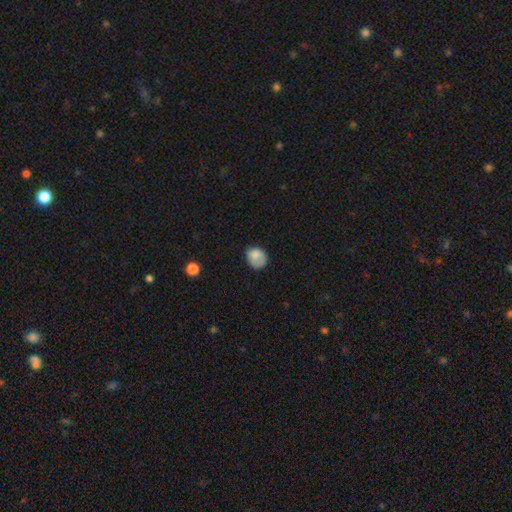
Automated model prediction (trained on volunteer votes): This is likely a smooth galaxy (77%). How rounded: possibly round (56%). Merging: possibly none (57%).